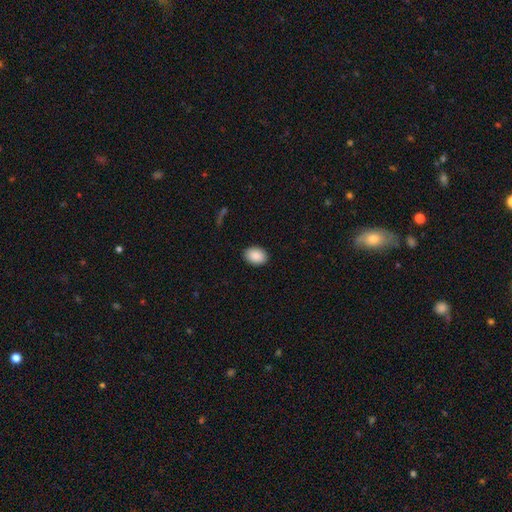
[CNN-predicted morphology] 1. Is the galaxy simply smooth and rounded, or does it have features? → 90% smooth, 7% star or artifact, 3% featured or disk.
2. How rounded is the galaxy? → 78% in between, 21% round, 1% cigar-shaped.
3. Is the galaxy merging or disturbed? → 90% none, 7% minor disturbance, 2% major disturbance, 1% merger.